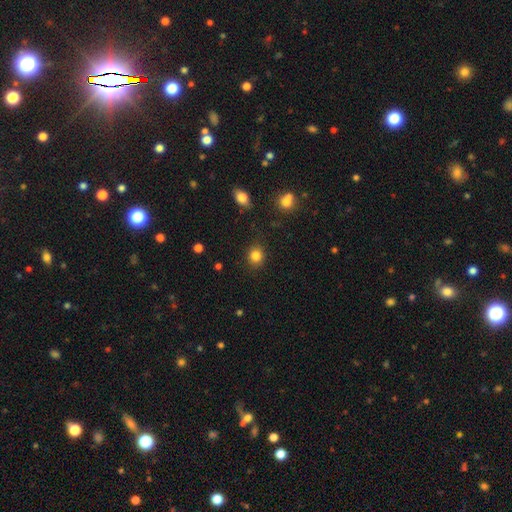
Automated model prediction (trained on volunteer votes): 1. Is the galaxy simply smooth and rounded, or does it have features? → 84% smooth, 11% star or artifact, 5% featured or disk.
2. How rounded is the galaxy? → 76% round, 23% in between, 1% cigar-shaped.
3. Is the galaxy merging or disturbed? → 85% none, 10% minor disturbance, 3% major disturbance, 2% merger.